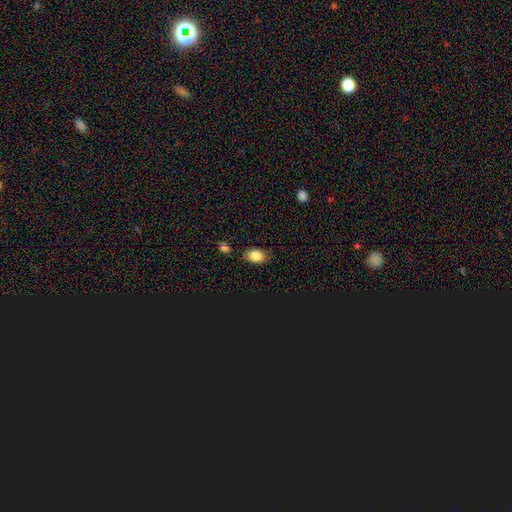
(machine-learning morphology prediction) This is clearly a smooth galaxy (82%). How rounded: likely in between (77%). Merging: likely none (78%).